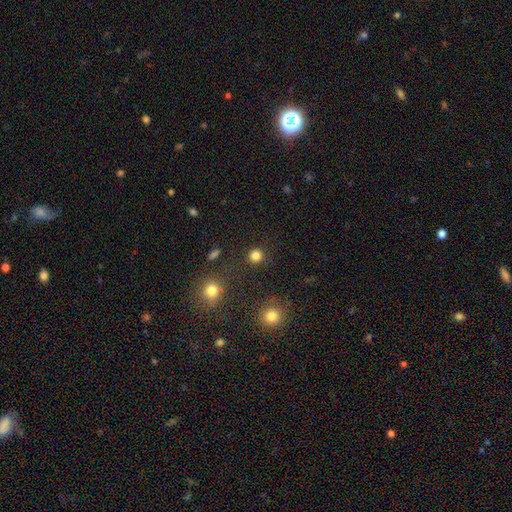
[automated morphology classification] Smooth or featured? smooth (83%)
How rounded? round (92%)
Merging? none (88%)